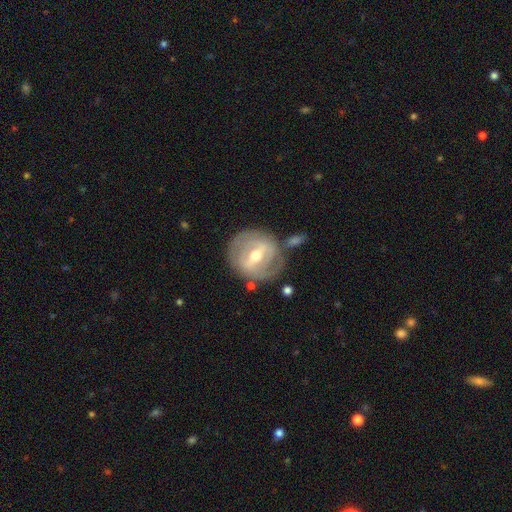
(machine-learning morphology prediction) Smooth or featured? Predicted: featured or disk (p=0.77). Edge-on disk? Predicted: no (p=0.94). Bar? Predicted: strong (p=0.52). Spiral arms? Predicted: yes (p=0.65). Bulge size? Predicted: moderate (p=0.69). Merging? Predicted: none (p=0.70).